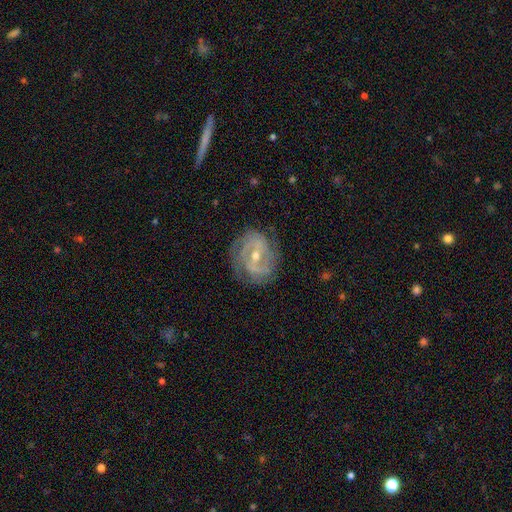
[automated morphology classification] A featured or disk galaxy (84%) with a weak bar (43%), 2 (50%) tight (56%) spiral arms (92%) and a moderate central bulge (51%). Merging: none (76%).